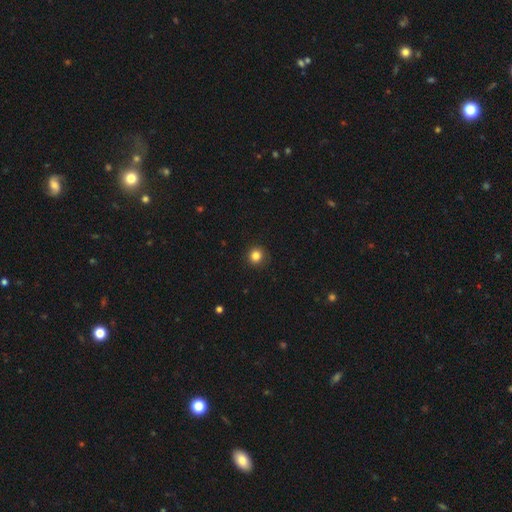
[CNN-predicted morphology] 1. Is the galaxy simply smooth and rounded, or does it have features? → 84% smooth, 12% star or artifact, 4% featured or disk.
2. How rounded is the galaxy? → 92% round, 7% in between, 1% cigar-shaped.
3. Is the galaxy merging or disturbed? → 90% none, 7% minor disturbance, 2% major disturbance, 1% merger.